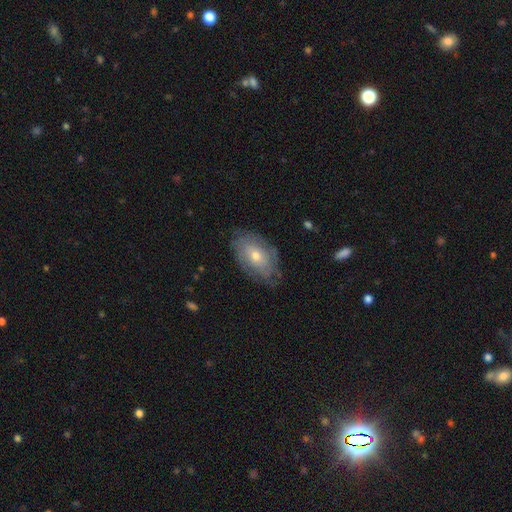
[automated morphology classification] type=featured or disk (48%); merging=none (69%).